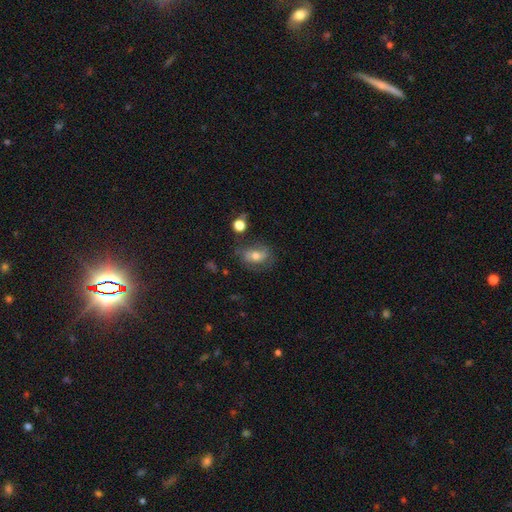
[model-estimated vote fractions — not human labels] The model was most divided on "smooth or featured": smooth: 57%, featured or disk: 33%, star or artifact: 10%. More confident: how rounded — in between (73%); merging — none (58%).